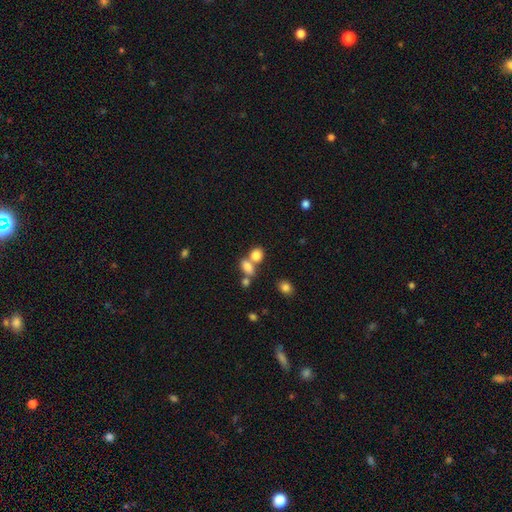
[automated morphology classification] Q: Smooth or featured?
A: smooth (81%); runner-up: star or artifact (11%)
Q: How rounded?
A: round (53%); runner-up: in between (44%)
Q: Merging?
A: merger (46%); runner-up: none (40%)